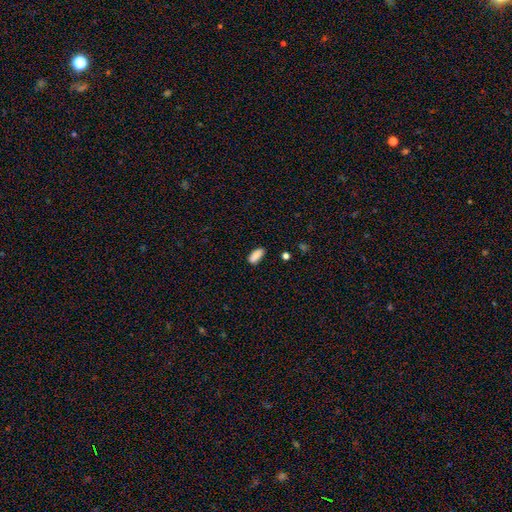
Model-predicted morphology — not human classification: The model was most divided on "merging": none: 78%, minor disturbance: 16%, major disturbance: 3%, merger: 3%. More confident: how rounded — in between (88%); smooth or featured — smooth (87%).